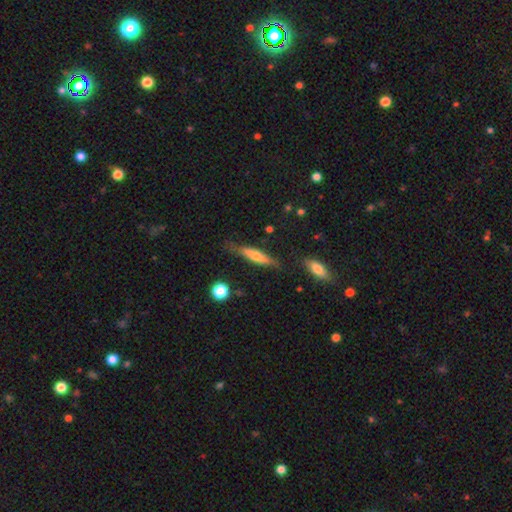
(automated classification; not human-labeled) A smooth galaxy with no disk features (49%). Merging: none (72%).